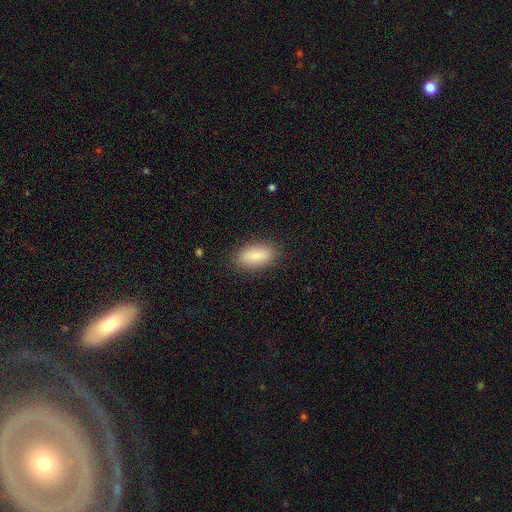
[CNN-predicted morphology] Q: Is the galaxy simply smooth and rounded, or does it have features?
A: smooth — 87%.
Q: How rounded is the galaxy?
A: in between — 90%.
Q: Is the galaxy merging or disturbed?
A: none — 87%.